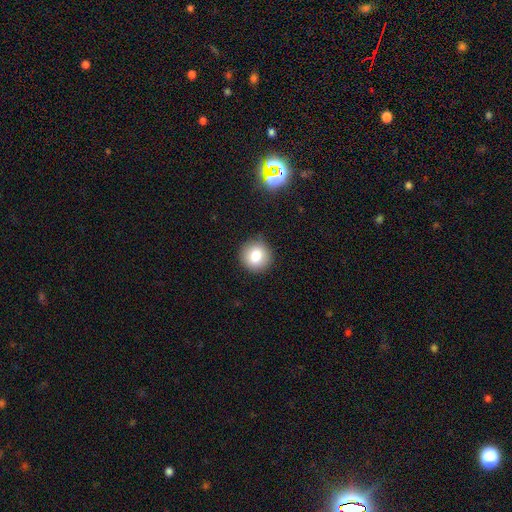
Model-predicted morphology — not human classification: Q: Smooth or featured?
A: smooth (81%); runner-up: star or artifact (11%)
Q: How rounded?
A: round (93%); runner-up: in between (6%)
Q: Merging?
A: none (88%); runner-up: minor disturbance (9%)